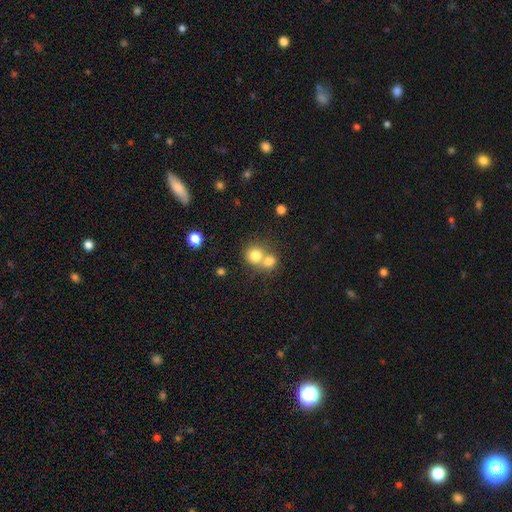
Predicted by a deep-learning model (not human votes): A smooth galaxy with no disk features (77%) that is round (82%).

Vote fractions:
- Smooth or featured? smooth: 77% / featured or disk: 12% / star or artifact: 11%
- How rounded? round: 82% / in between: 17% / cigar-shaped: 1%
- Merging? merger: 58% / none: 35% / minor disturbance: 5% / major disturbance: 3%